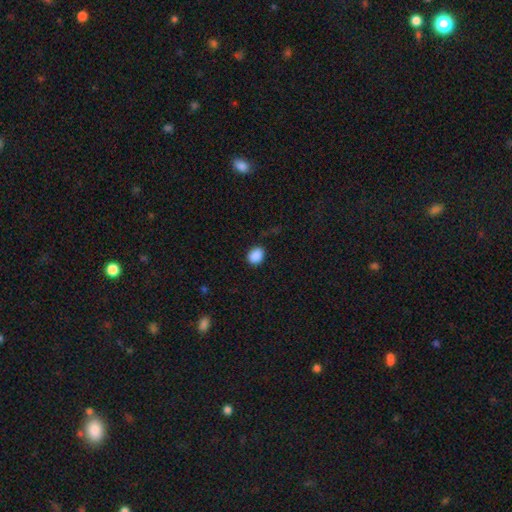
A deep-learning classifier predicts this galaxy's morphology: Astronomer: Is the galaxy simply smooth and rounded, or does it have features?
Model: smooth — 89%.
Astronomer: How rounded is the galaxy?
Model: round — 50% (runner-up: in between, 49%).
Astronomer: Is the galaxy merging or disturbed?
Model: none — 86%.